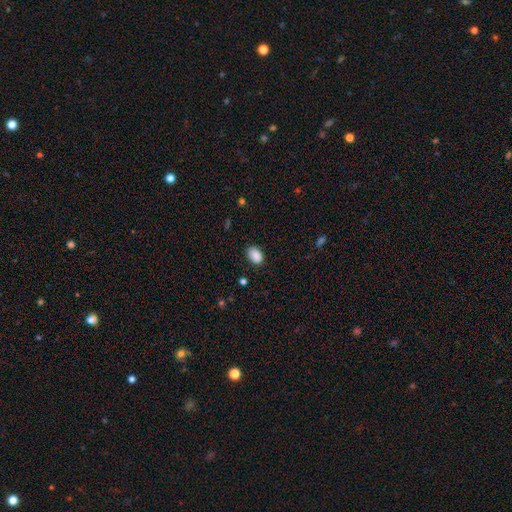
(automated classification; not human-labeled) Smooth or featured? Predicted: smooth (p=0.88). How rounded? Predicted: in between (p=0.85). Merging? Predicted: none (p=0.84).